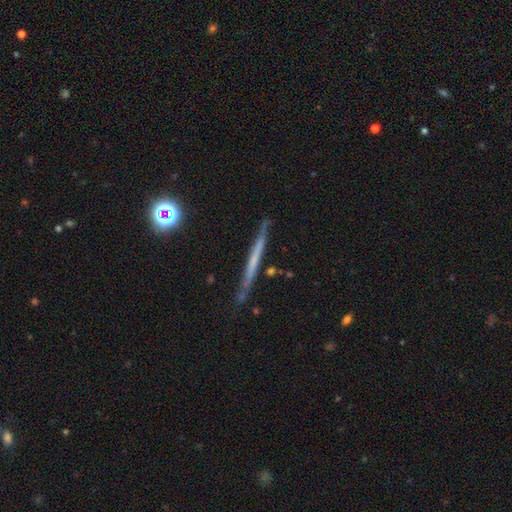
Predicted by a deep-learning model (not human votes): smooth-or-featured: featured or disk: 56% | smooth: 34% | star or artifact: 10%
  disk-edge-on: yes: 95% | no: 5%
    edge-on-bulge: none: 89% | rounded: 7% | boxy: 5%
  merging: none: 84% | minor disturbance: 11% | major disturbance: 2% | merger: 2%